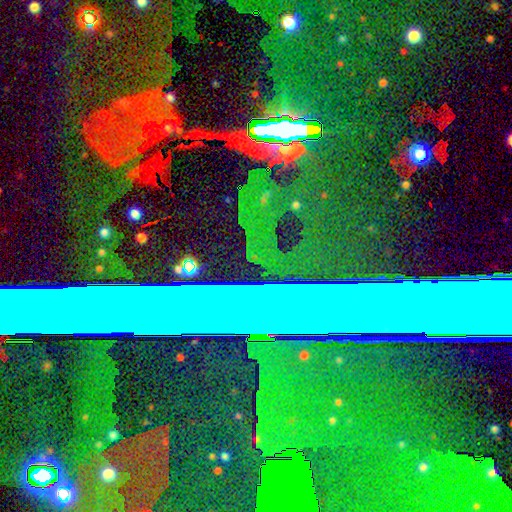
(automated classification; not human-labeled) A star or artifact, not a galaxy (76%).